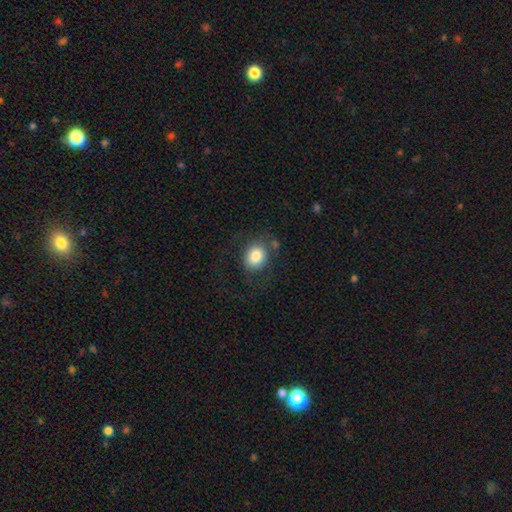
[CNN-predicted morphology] smooth 83%, star or artifact 9%, featured or disk 9%. Down the decision tree: how rounded — round (55%); merging — none (70%).